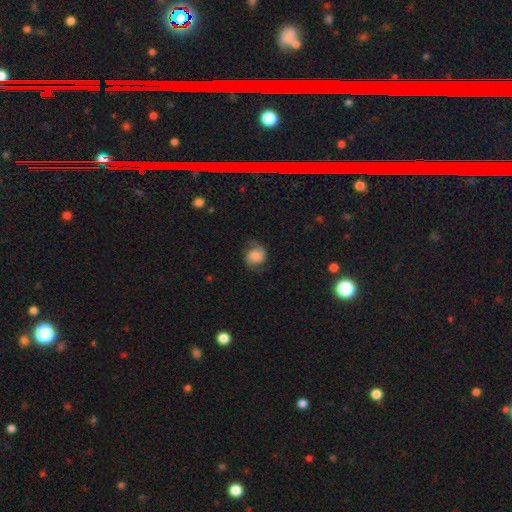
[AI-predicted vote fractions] A featured or disk galaxy (59%) with no bar (60%), 2 (89%) medium (44%) spiral arms (93%) and a moderate central bulge (24%). Merging: none (69%).